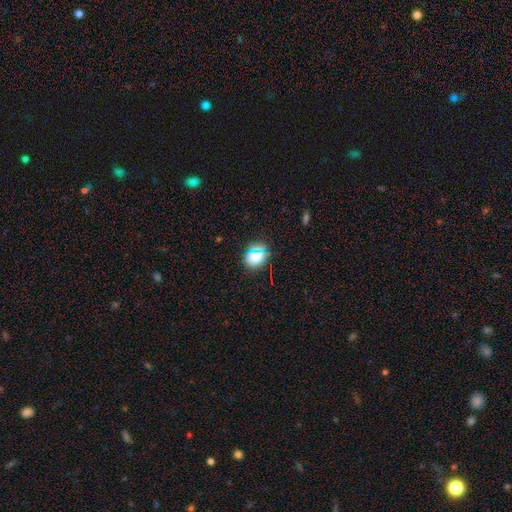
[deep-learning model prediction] Morphology: type=smooth (69%); roundness=round (74%); merging=none (84%).